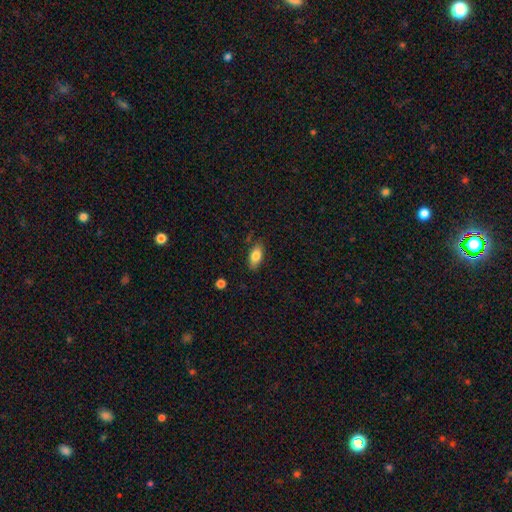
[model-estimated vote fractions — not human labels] The model was most divided on "merging": none: 81%, minor disturbance: 15%, major disturbance: 3%, merger: 2%. More confident: how rounded — in between (87%); smooth or featured — smooth (80%).